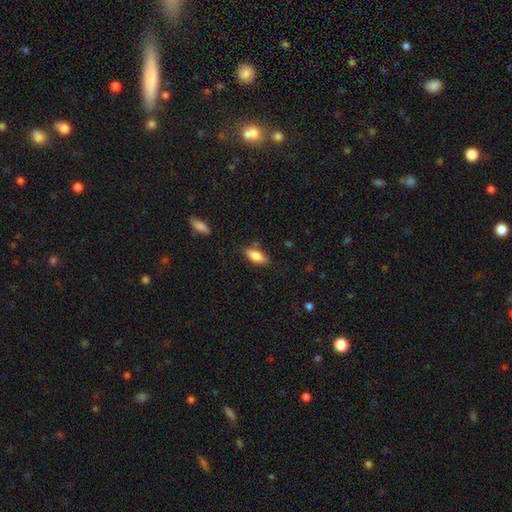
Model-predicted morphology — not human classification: The model was most divided on "merging": none: 77%, minor disturbance: 16%, major disturbance: 3%, merger: 3%. More confident: smooth or featured — smooth (83%); how rounded — in between (81%).